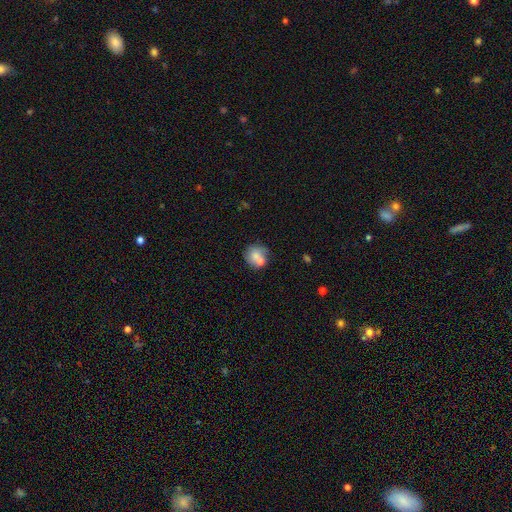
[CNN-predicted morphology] Smooth or featured: smooth — 68% (featured or disk — 23%)
How rounded: round — 78% (in between — 21%)
Merging: none — 44% (merger — 36%)